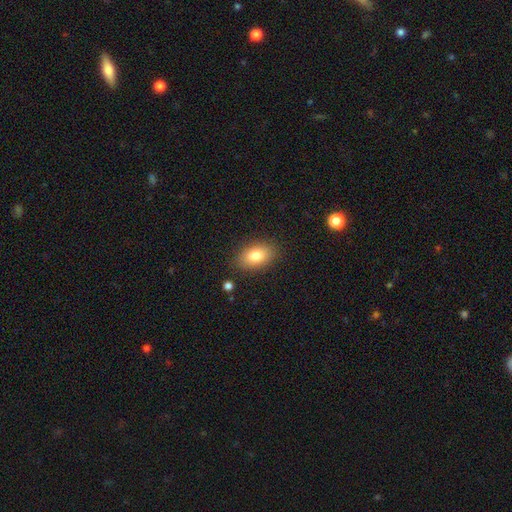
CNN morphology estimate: A smooth galaxy with no disk features (82%) that is in between round and cigar-shaped (89%).

Vote fractions:
- Smooth or featured? smooth: 82% / featured or disk: 11% / star or artifact: 8%
- How rounded? in between: 89% / round: 9% / cigar-shaped: 2%
- Merging? none: 85% / minor disturbance: 10% / major disturbance: 3% / merger: 2%